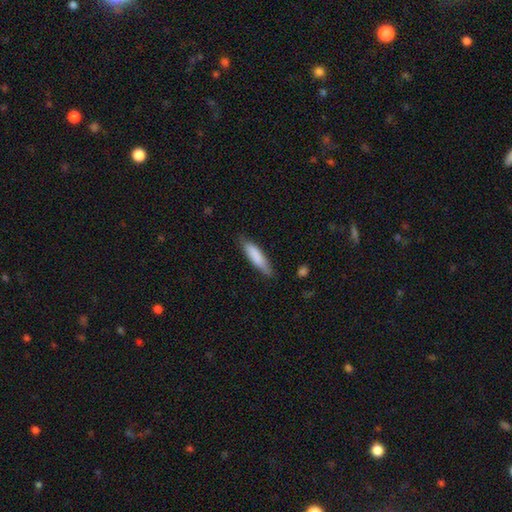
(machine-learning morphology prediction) The model was most divided on "how rounded": cigar-shaped: 73%, in between: 26%, round: 1%. More confident: smooth or featured — smooth (83%); merging — none (79%).